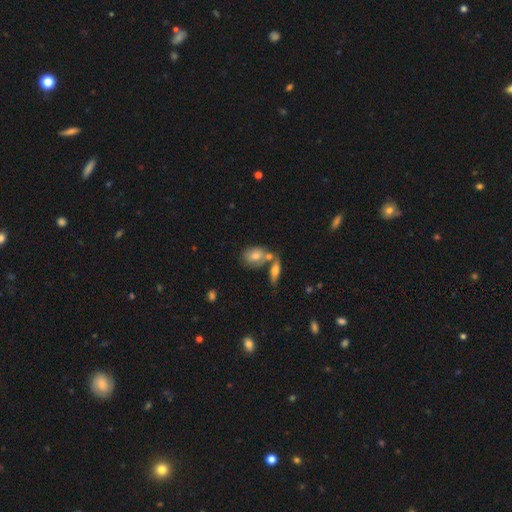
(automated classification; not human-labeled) Morphology: type=smooth (69%); roundness=in between (72%); merging=none (44%).